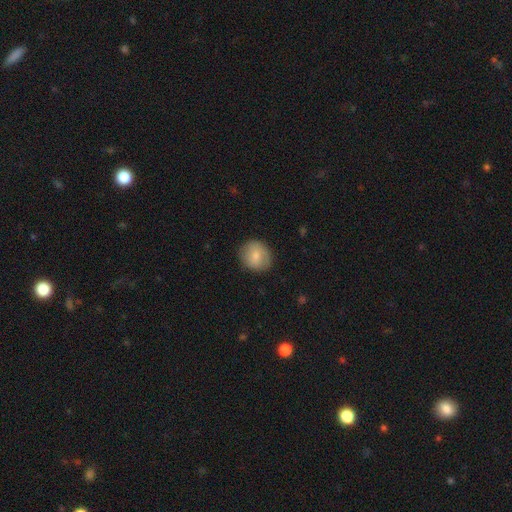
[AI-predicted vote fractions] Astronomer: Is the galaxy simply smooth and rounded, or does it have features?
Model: smooth — 74%.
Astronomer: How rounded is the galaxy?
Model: round — 82%.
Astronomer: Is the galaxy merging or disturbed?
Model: none — 83%.